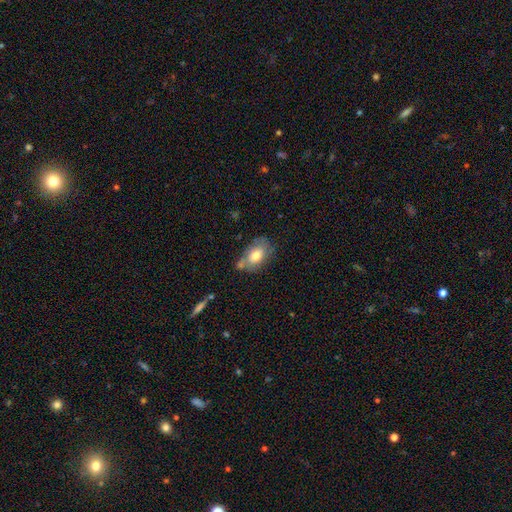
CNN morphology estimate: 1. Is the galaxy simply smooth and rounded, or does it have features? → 70% smooth, 22% featured or disk, 7% star or artifact.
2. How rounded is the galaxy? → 87% in between, 11% round, 2% cigar-shaped.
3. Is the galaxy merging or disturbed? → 51% none, 25% minor disturbance, 16% merger, 8% major disturbance.